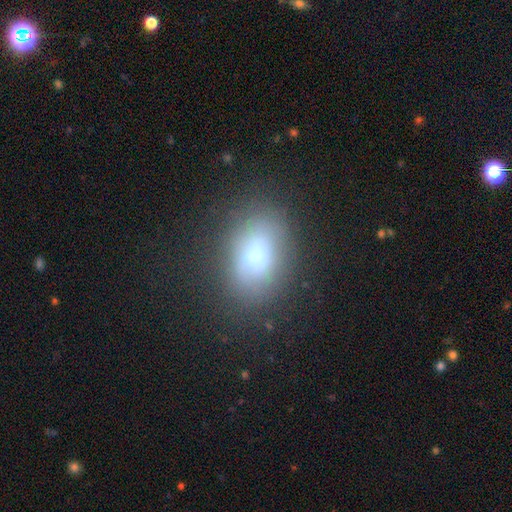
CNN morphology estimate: Smooth or featured: smooth — 69% (featured or disk — 20%)
How rounded: in between — 81% (round — 17%)
Merging: none — 73% (minor disturbance — 17%)